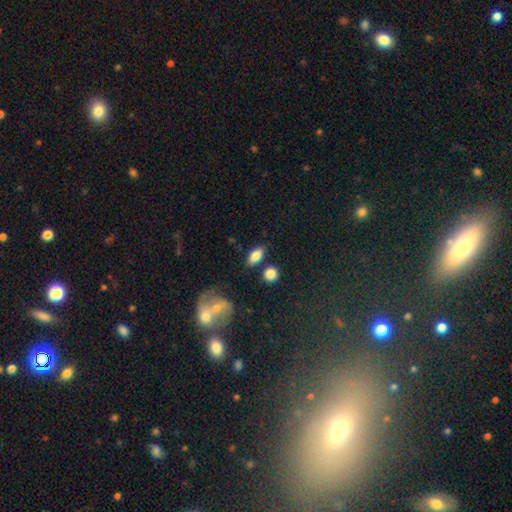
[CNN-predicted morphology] Smooth or featured? smooth (83%)
How rounded? in between (86%)
Merging? none (75%)